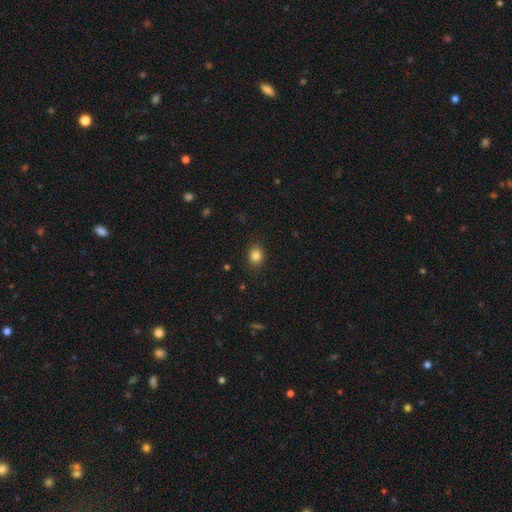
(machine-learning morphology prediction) Q: Smooth or featured?
A: smooth (85%); runner-up: star or artifact (11%)
Q: How rounded?
A: round (53%); runner-up: in between (46%)
Q: Merging?
A: none (88%); runner-up: minor disturbance (9%)